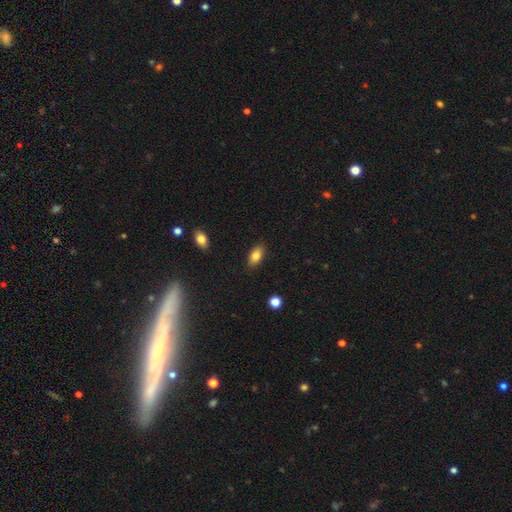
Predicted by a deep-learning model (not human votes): Smooth or featured: smooth — 82% (featured or disk — 9%)
How rounded: in between — 90% (round — 6%)
Merging: none — 86% (minor disturbance — 10%)